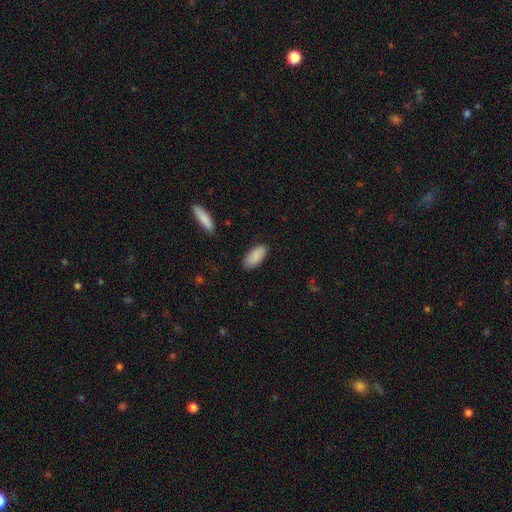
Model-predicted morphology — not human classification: The model was most divided on "merging": none: 84%, minor disturbance: 13%, major disturbance: 2%, merger: 1%. More confident: how rounded — in between (91%); smooth or featured — smooth (87%).